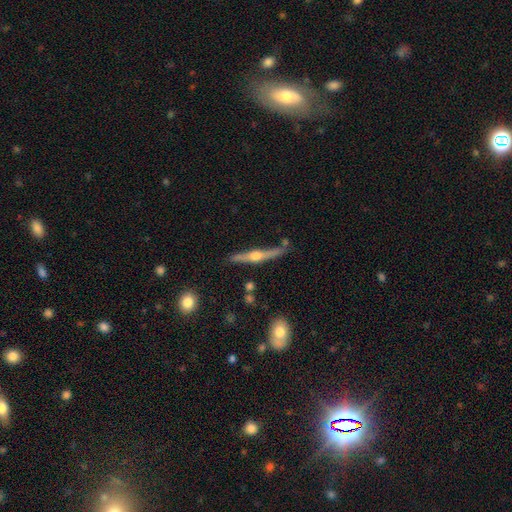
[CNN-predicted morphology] smooth_or_featured: featured or disk (p=0.79) [alt: smooth p=0.15]
disk_edge_on: yes (p=0.97) [alt: no p=0.03]
edge_on_bulge: rounded (p=0.94) [alt: boxy p=0.03]
merging: none (p=0.80) [alt: minor disturbance p=0.13]